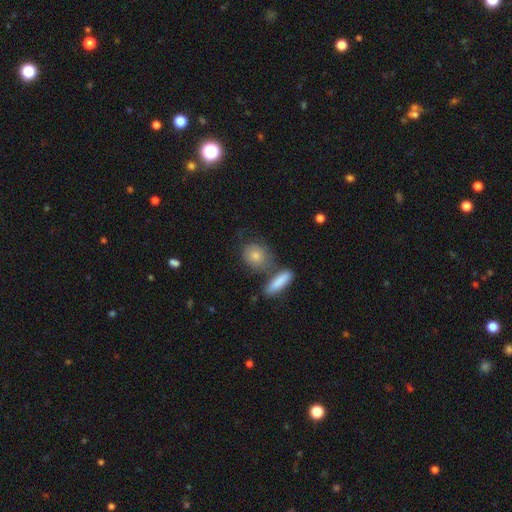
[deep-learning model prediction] The model was most divided on "how rounded": round: 57%, in between: 37%, cigar-shaped: 6%. More confident: smooth or featured — smooth (78%); merging — none (57%).